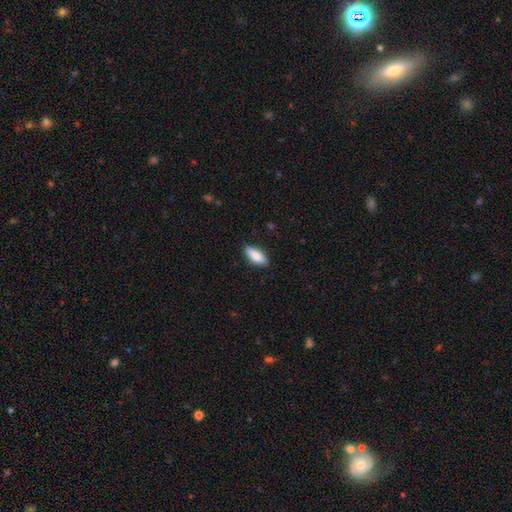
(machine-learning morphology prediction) This is likely a smooth galaxy (80%). How rounded: likely in between (71%). Merging: clearly none (87%).